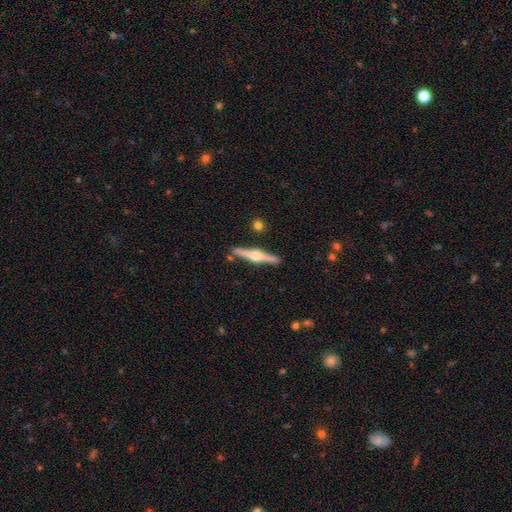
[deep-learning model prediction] This appears to be a featured or disk galaxy (79%) viewed edge-on (98%) with a rounded central bulge (94%). Merging: none (88%).